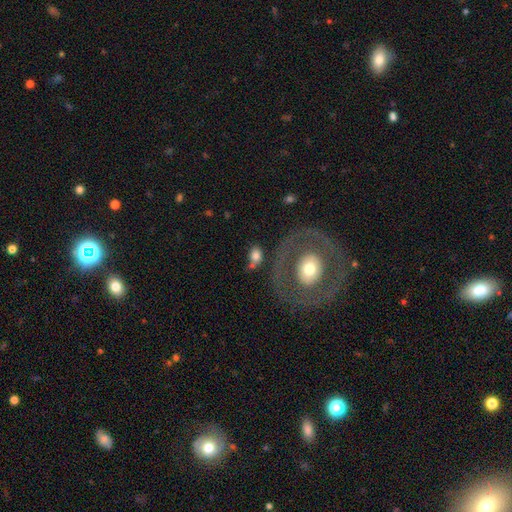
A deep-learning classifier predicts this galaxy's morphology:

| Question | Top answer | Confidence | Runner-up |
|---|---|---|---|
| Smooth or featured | smooth | 62% | featured or disk (29%) |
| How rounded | in between | 69% | round (28%) |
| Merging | none | 55% | merger (16%) |